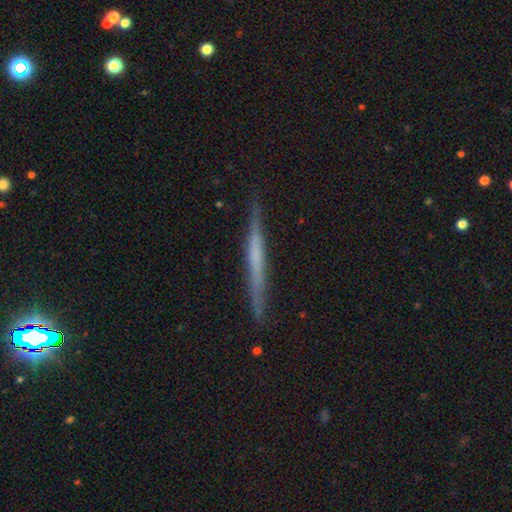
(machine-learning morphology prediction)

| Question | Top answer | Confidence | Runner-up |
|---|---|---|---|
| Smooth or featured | featured or disk | 57% | smooth (38%) |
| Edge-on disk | yes | 97% | no (3%) |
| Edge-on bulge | none | 80% | rounded (11%) |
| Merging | none | 87% | minor disturbance (9%) |